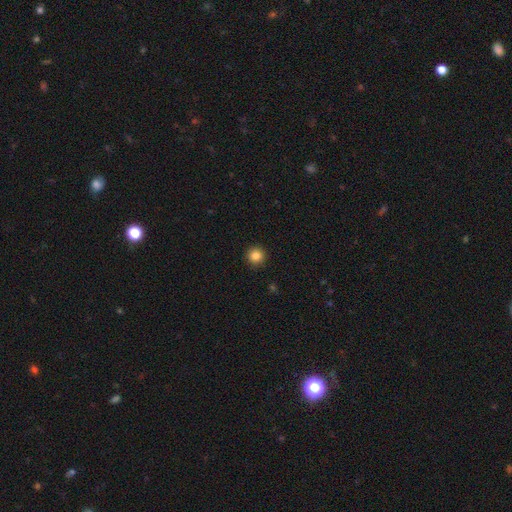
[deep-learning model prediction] The model was most divided on "smooth or featured": smooth: 86%, star or artifact: 11%, featured or disk: 4%. More confident: how rounded — round (95%); merging — none (93%).